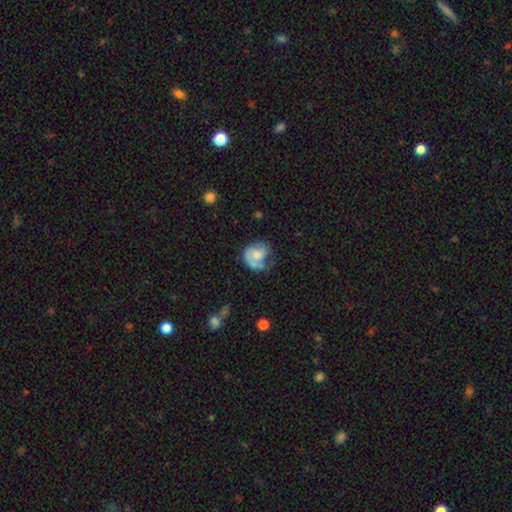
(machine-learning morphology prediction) Overall: featured or disk (60%; smooth 34%). Edge-on disk: no (98%). Bar: no (69%). Spiral arms: yes (83%). Bulge size: moderate (38%; small 24%). Merging: none (46%; minor disturbance 25%).